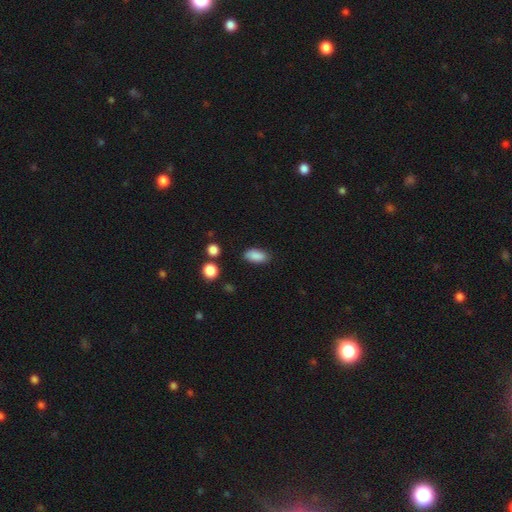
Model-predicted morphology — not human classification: The model was most divided on "merging": none: 81%, minor disturbance: 13%, major disturbance: 3%, merger: 2%. More confident: how rounded — in between (91%); smooth or featured — smooth (88%).